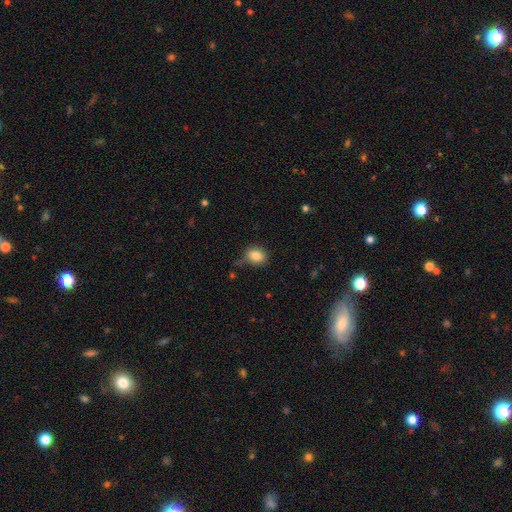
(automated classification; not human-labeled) Smooth or featured?
  - smooth: 84% *
  - star or artifact: 10%
  - featured or disk: 7%
How rounded?
  - round: 50% *
  - in between: 49%
  - cigar-shaped: 1%
Merging?
  - none: 69% *
  - minor disturbance: 22%
  - major disturbance: 6%
  - merger: 4%